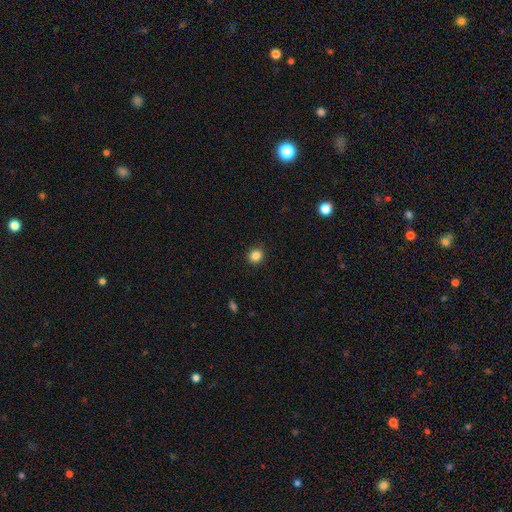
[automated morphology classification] This is clearly a smooth galaxy (84%). How rounded: clearly round (85%). Merging: clearly none (92%).